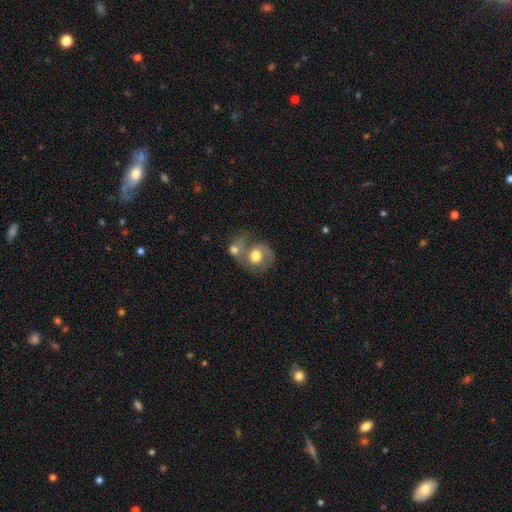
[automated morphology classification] smooth_or_featured: featured or disk (p=0.64) [alt: smooth p=0.29]
disk_edge_on: no (p=0.97) [alt: yes p=0.03]
bar: no (p=0.69) [alt: weak p=0.26]
has_spiral_arms: yes (p=0.80) [alt: no p=0.20]
spiral_winding: medium (p=0.48) [alt: tight p=0.33]
spiral_arm_count: 2 (p=0.75) [alt: 1 p=0.14]
bulge_size: moderate (p=0.63) [alt: large p=0.27]
merging: merger (p=0.41) [alt: none p=0.35]